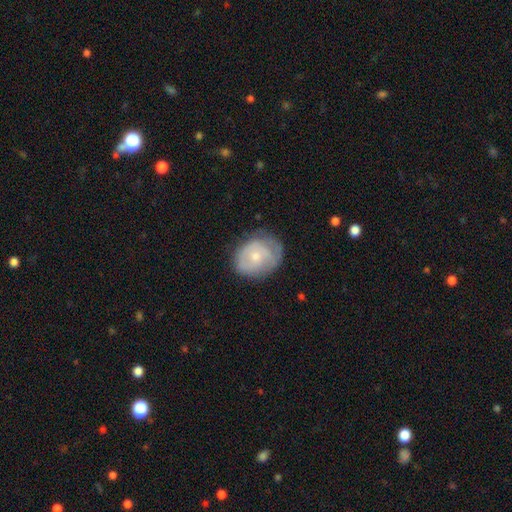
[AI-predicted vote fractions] A smooth galaxy with no disk features (47%). Merging: none (61%).